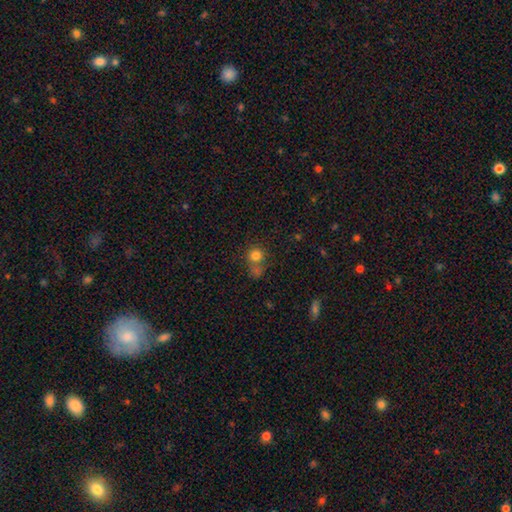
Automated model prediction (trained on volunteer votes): Q: Smooth or featured?
A: smooth (80%); runner-up: star or artifact (13%)
Q: How rounded?
A: round (85%); runner-up: in between (14%)
Q: Merging?
A: none (49%); runner-up: merger (35%)